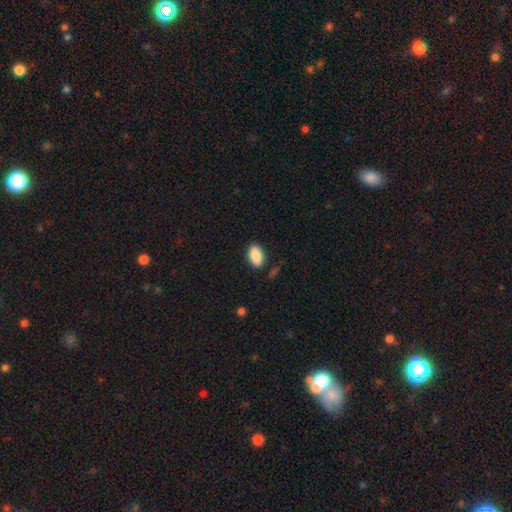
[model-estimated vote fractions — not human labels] This is clearly a smooth galaxy (88%). How rounded: clearly in between (92%). Merging: clearly none (82%).